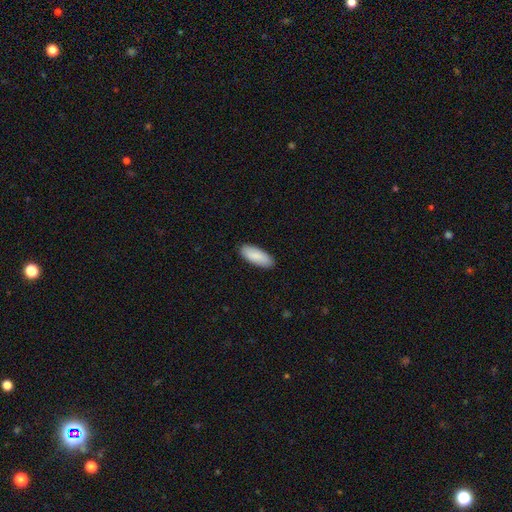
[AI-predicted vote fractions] A smooth galaxy with no disk features (89%) that is in between round and cigar-shaped (78%).

Vote fractions:
- Smooth or featured? smooth: 89% / featured or disk: 6% / star or artifact: 5%
- How rounded? in between: 78% / cigar-shaped: 20% / round: 2%
- Merging? none: 89% / minor disturbance: 8% / major disturbance: 2% / merger: 1%